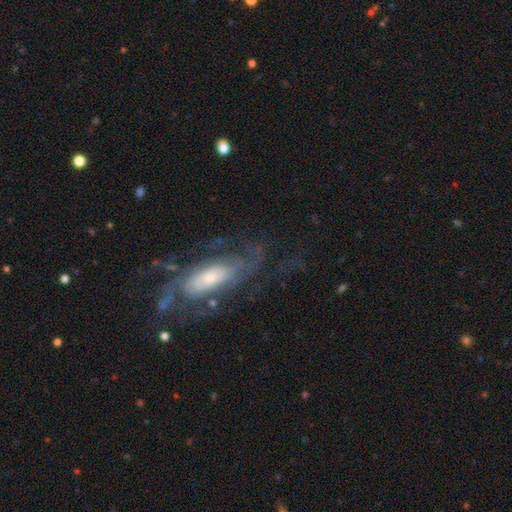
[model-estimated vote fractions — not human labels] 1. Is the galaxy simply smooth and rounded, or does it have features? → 82% featured or disk, 10% smooth, 8% star or artifact.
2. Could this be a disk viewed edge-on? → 89% no, 11% yes.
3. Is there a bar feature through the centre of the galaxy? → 54% no, 33% weak, 14% strong.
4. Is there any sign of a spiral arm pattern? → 93% yes, 7% no.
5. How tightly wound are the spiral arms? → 44% tight, 41% medium, 15% loose.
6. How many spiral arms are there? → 36% can't tell, 26% 2, 15% 3, 11% 4, 6% more than 4, 6% 1.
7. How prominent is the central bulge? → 39% moderate (tied), 39% small (tied), 15% large, 4% none, 2% dominant.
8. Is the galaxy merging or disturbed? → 69% none, 15% minor disturbance, 14% major disturbance, 2% merger.